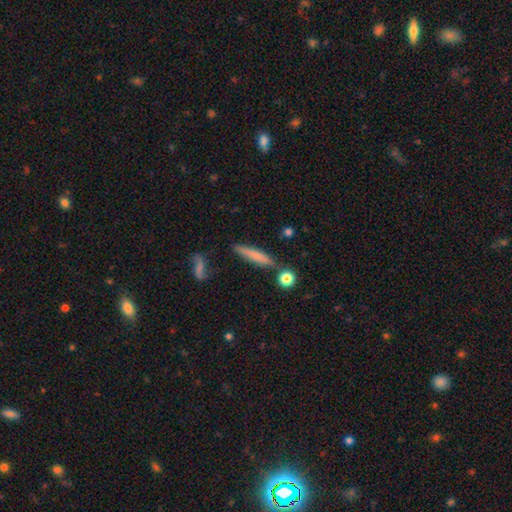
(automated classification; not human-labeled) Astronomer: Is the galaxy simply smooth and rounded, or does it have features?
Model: smooth — 64%.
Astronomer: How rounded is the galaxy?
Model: cigar-shaped — 88%.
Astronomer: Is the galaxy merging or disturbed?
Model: none — 76%.